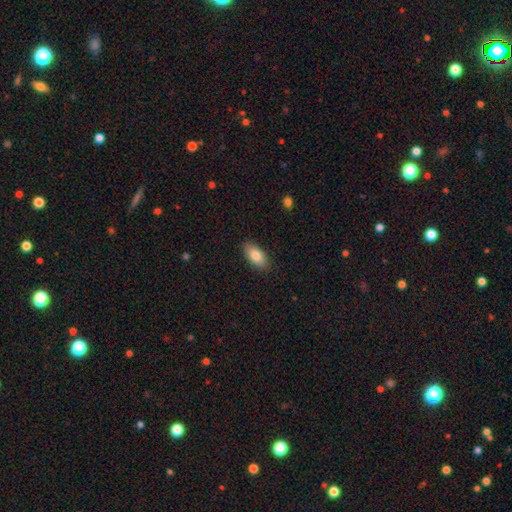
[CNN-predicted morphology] Overall: smooth (83%). How rounded: in between (92%). Merging: none (88%).